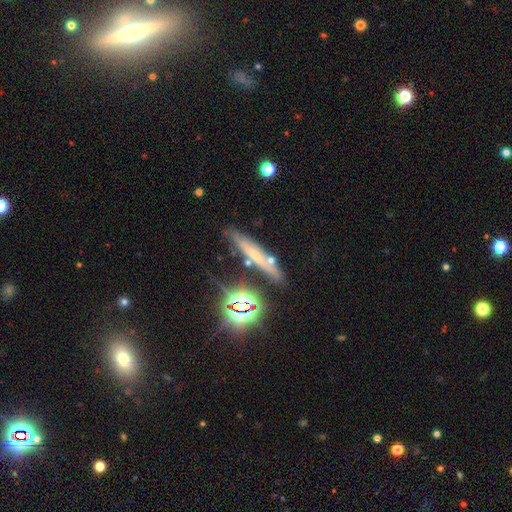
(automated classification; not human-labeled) smooth_or_featured: smooth (p=0.42) [alt: featured or disk p=0.35]
merging: none (p=0.73) [alt: minor disturbance p=0.14]